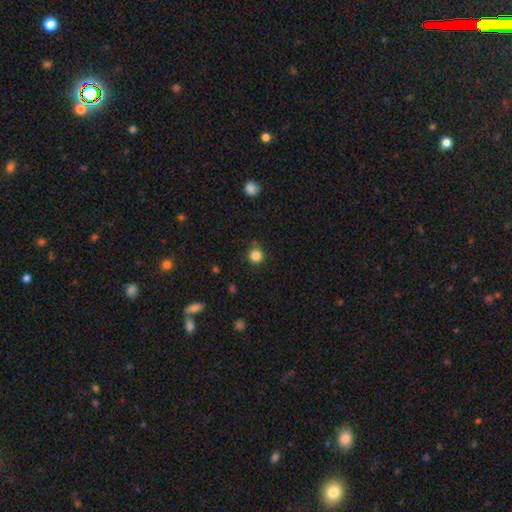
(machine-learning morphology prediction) type=smooth (84%); roundness=round (94%); merging=none (84%).